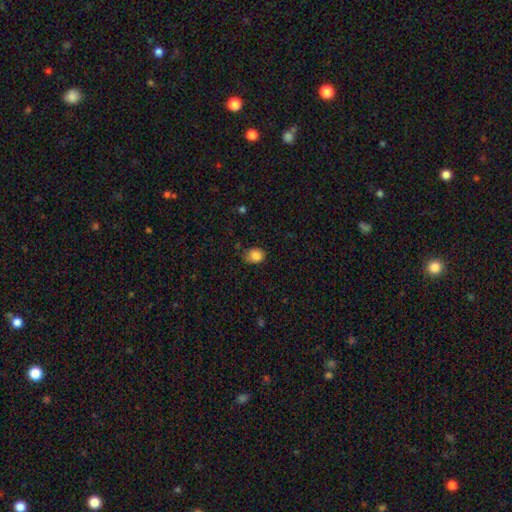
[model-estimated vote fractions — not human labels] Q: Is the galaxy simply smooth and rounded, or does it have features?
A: smooth — 84%.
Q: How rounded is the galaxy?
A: round — 54%.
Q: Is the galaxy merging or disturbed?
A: none — 70%.